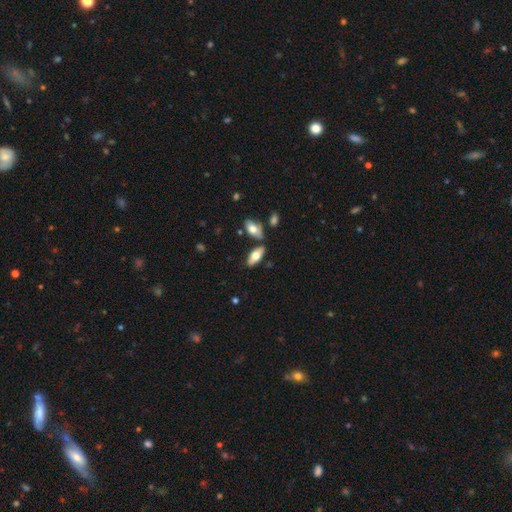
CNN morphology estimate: A smooth galaxy with no disk features (64%) that is in between round and cigar-shaped (81%).

Vote fractions:
- Smooth or featured? smooth: 64% / featured or disk: 30% / star or artifact: 6%
- How rounded? in between: 81% / cigar-shaped: 17% / round: 2%
- Merging? none: 74% / minor disturbance: 11% / merger: 11% / major disturbance: 3%